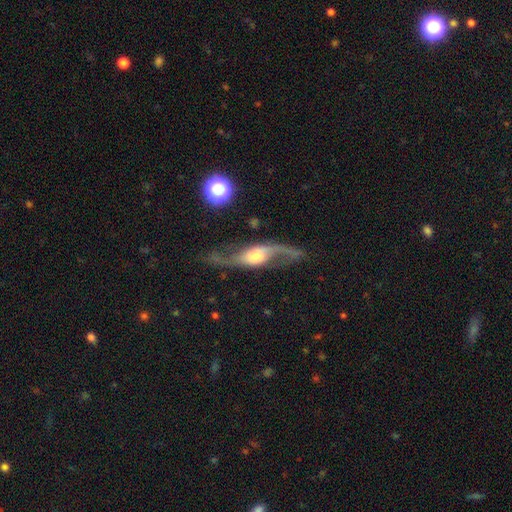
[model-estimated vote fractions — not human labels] A featured or disk galaxy (84%) with no bar (52%), 2 (92%) loose (84%) spiral arms (95%) and a moderate central bulge (46%).

Vote fractions:
- Smooth or featured? featured or disk: 84% / smooth: 10% / star or artifact: 6%
- Edge-on disk? no: 81% / yes: 19%
- Bar? no: 52% / weak: 32% / strong: 16%
- Spiral arms? yes: 95% / no: 5%
- Spiral winding? loose: 84% / medium: 13% / tight: 3%
- Spiral arm count? 2: 92% / 1: 3% / can't tell: 2% / 3: 1% / 4: 1% / more than 4: 1%
- Bulge size? moderate: 46% / large: 24% / small: 22% / dominant: 5% / none: 3%
- Merging? none: 64% / minor disturbance: 17% / major disturbance: 16% / merger: 3%